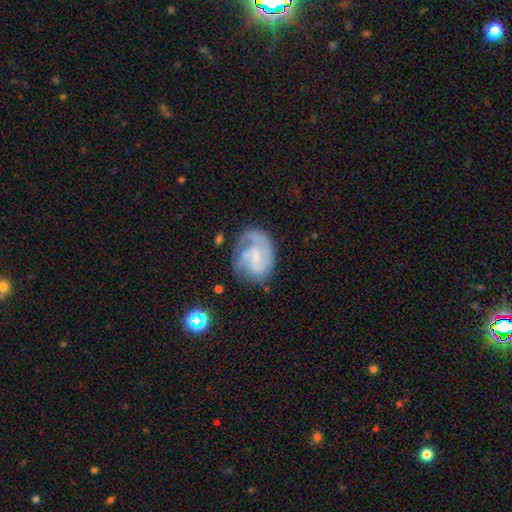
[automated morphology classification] This is likely a featured or disk galaxy (69%). It is clearly not viewed edge-on (98%). Bar: possibly weak (48%). Spiral arm pattern: clearly yes (84%). Spiral arm count: marginally 2 (30%). Spiral winding: marginally tight (43%). Central bulge: marginally small (44%). Merging: possibly none (53%).